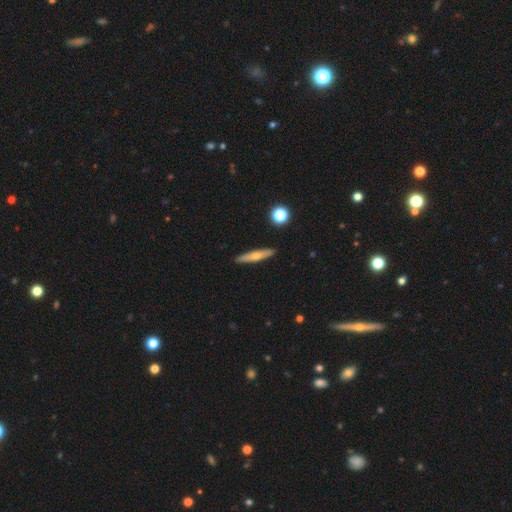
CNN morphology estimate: Q: Smooth or featured?
A: smooth (54%); runner-up: featured or disk (39%)
Q: How rounded?
A: cigar-shaped (88%); runner-up: in between (9%)
Q: Merging?
A: none (90%); runner-up: minor disturbance (7%)